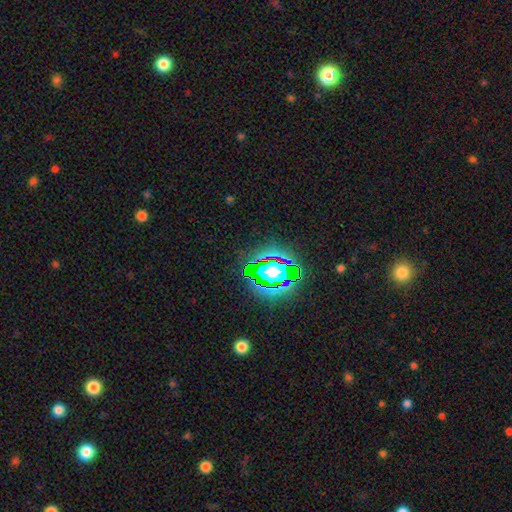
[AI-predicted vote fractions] Smooth or featured? Predicted: star or artifact (p=0.82).